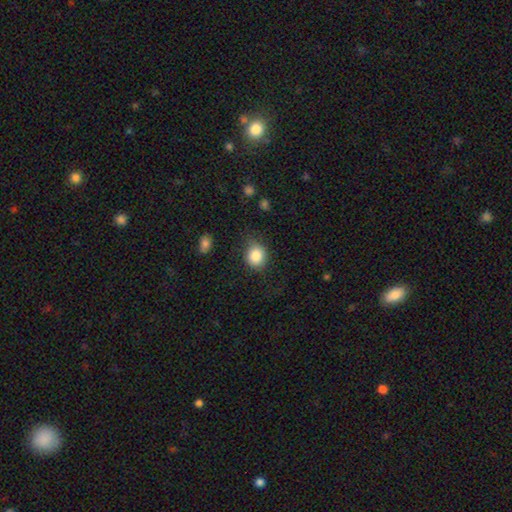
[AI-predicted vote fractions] Smooth or featured: smooth — 84% (star or artifact — 9%)
How rounded: round — 70% (in between — 29%)
Merging: none — 70% (minor disturbance — 22%)